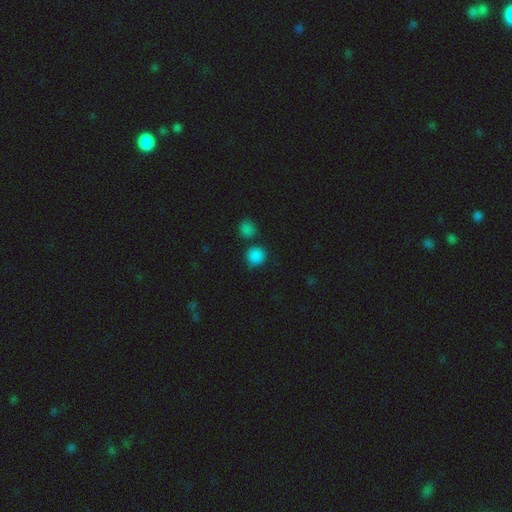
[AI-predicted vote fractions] Morphology: type=smooth (84%); roundness=round (88%); merging=none (76%).